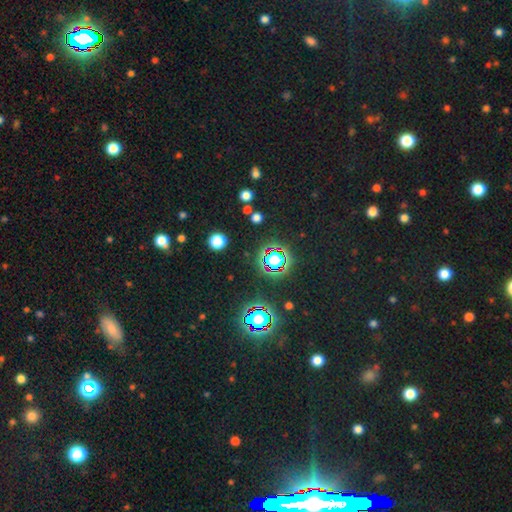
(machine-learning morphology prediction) Smooth or featured? Predicted: star or artifact (p=0.79).